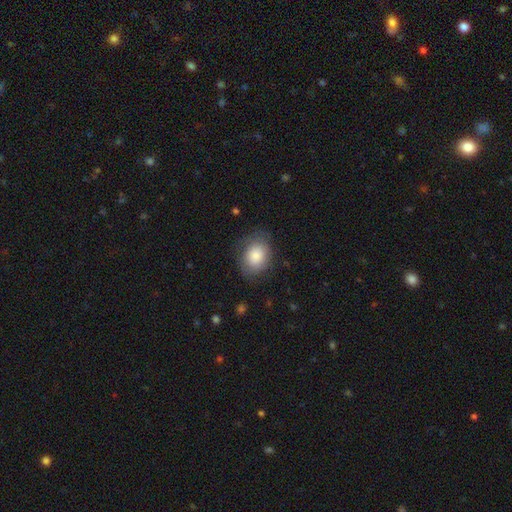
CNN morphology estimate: Smooth or featured: smooth — 83% (featured or disk — 10%)
How rounded: in between — 60% (round — 39%)
Merging: none — 76% (minor disturbance — 17%)